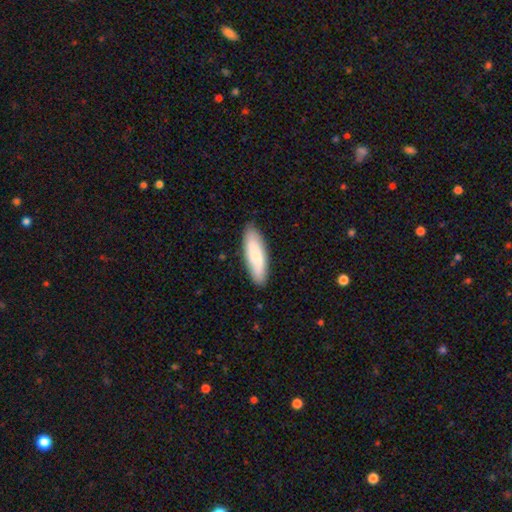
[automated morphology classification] This is likely a smooth galaxy (75%). How rounded: possibly cigar-shaped (52%). Merging: clearly none (86%).